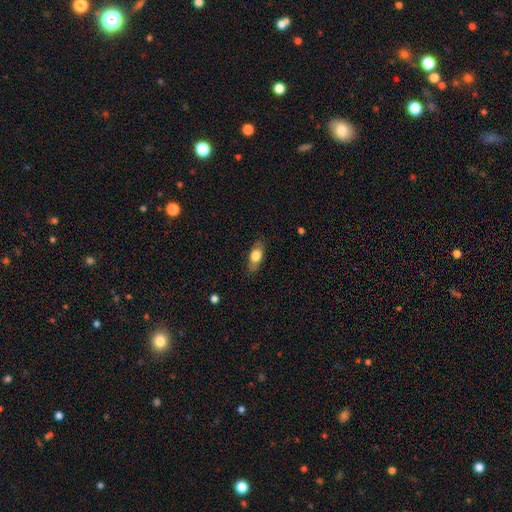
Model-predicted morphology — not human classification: Smooth or featured? Predicted: smooth (p=0.70). How rounded? Predicted: in between (p=0.79). Merging? Predicted: none (p=0.81).